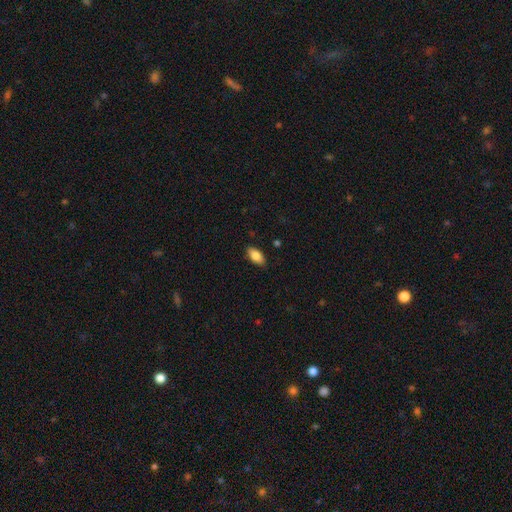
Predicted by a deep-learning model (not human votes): Smooth or featured: smooth — 83% (featured or disk — 10%)
How rounded: in between — 90% (cigar-shaped — 7%)
Merging: none — 87% (minor disturbance — 10%)